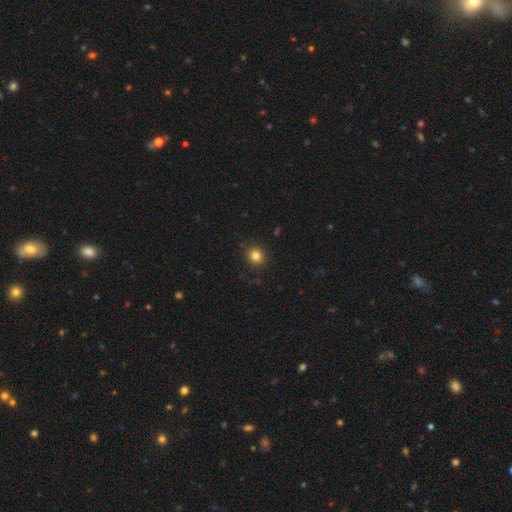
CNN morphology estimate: smooth_or_featured: smooth (p=0.83) [alt: star or artifact p=0.12]
how_rounded: round (p=0.86) [alt: in between p=0.13]
merging: none (p=0.89) [alt: minor disturbance p=0.08]